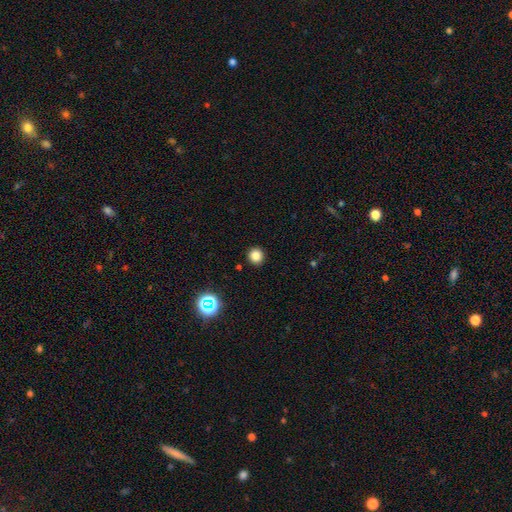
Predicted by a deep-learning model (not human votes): Overall: smooth (82%). How rounded: round (92%). Merging: none (92%).